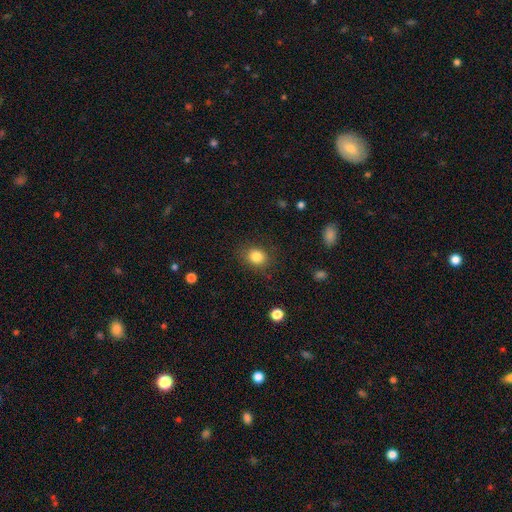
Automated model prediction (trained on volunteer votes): smooth 84%, star or artifact 10%, featured or disk 6%. Down the decision tree: how rounded — round (63%); merging — none (83%).